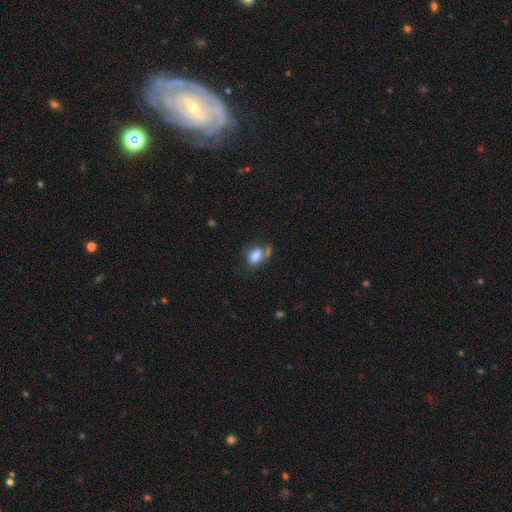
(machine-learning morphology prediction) Overall: smooth (79%). How rounded: in between (87%). Merging: none (45%; minor disturbance 23%).